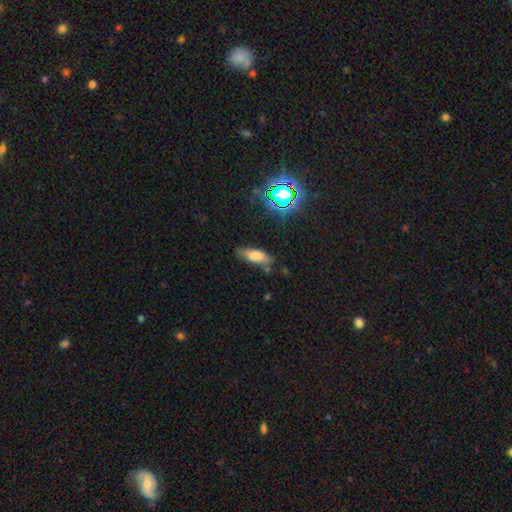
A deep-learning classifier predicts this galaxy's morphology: smooth 73%, featured or disk 15%, star or artifact 12%. Down the decision tree: how rounded — in between (69%); merging — none (66%).